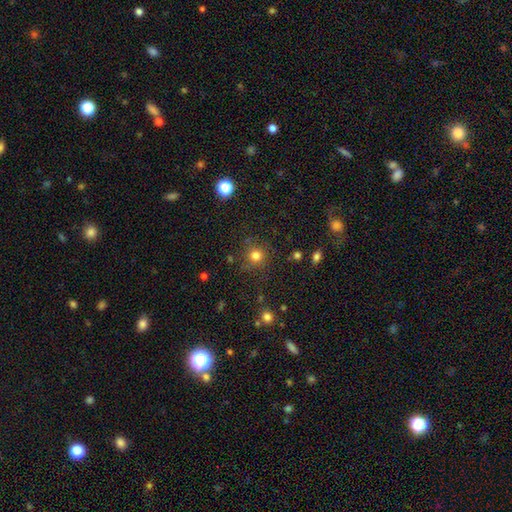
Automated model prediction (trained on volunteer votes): This appears to be a smooth galaxy with no disk features (79%) that is round (93%). Merging: none (83%).